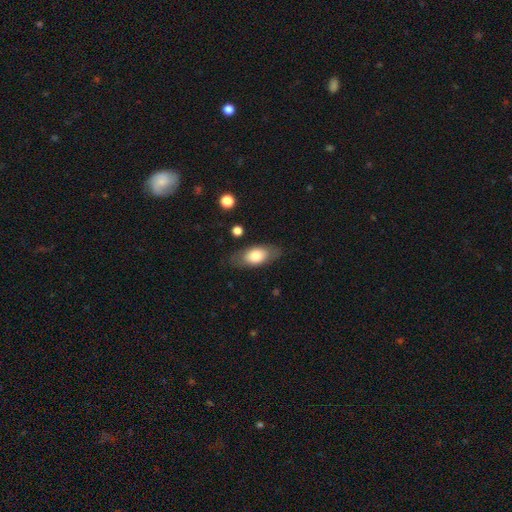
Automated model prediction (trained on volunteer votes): Overall: smooth (73%). How rounded: in between (87%). Merging: none (79%).